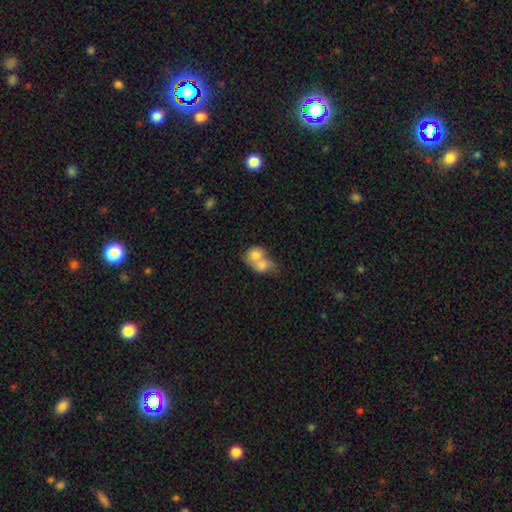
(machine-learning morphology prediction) smooth 72%, featured or disk 20%, star or artifact 7%. Down the decision tree: how rounded — round (58%); merging — merger (79%).